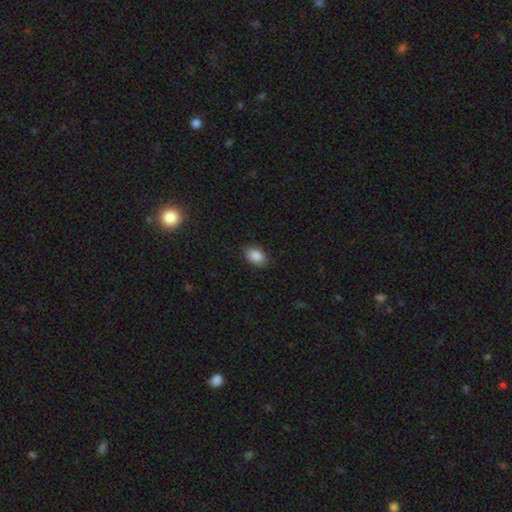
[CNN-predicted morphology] A smooth galaxy with no disk features (88%) that is in between round and cigar-shaped (81%). Merging: none (87%).